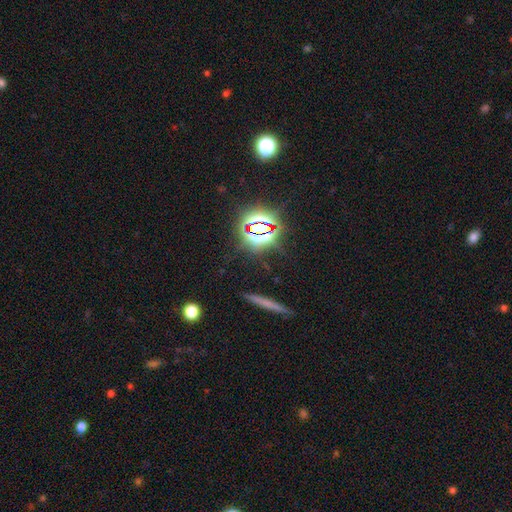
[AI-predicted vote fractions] A star or artifact, not a galaxy (74%).

Vote fractions:
- Smooth or featured? star or artifact: 74% / smooth: 15% / featured or disk: 11%